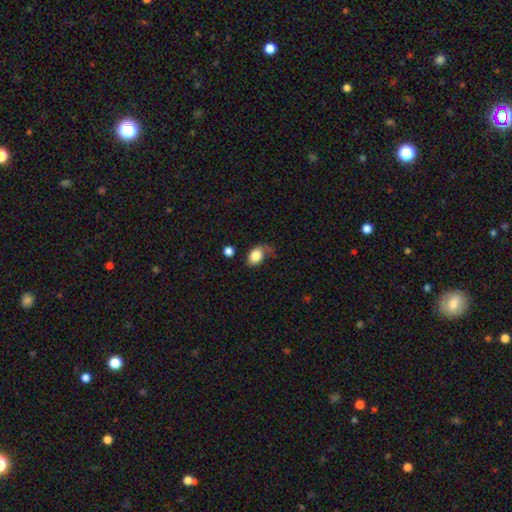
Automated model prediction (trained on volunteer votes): Overall: smooth (82%). How rounded: in between (75%). Merging: none (44%; minor disturbance 31%).